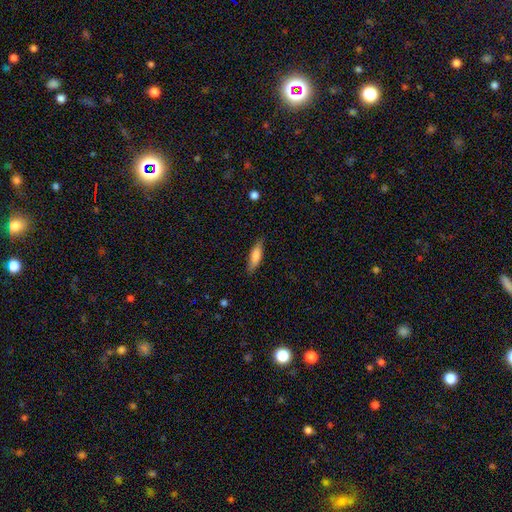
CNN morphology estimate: Q: Smooth or featured?
A: smooth (75%); runner-up: featured or disk (19%)
Q: How rounded?
A: cigar-shaped (54%); runner-up: in between (44%)
Q: Merging?
A: none (82%); runner-up: minor disturbance (14%)